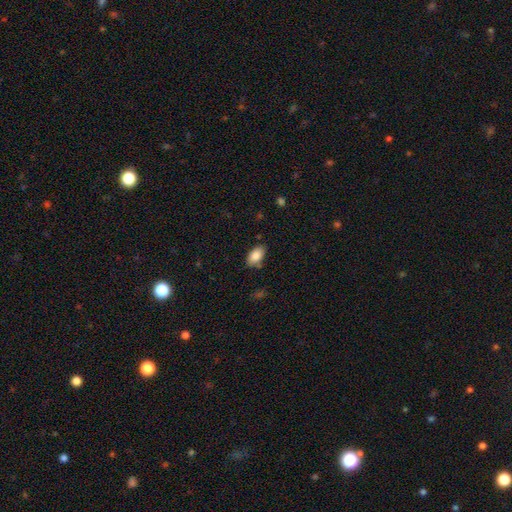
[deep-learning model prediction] This appears to be a smooth galaxy with no disk features (86%) that is in between round and cigar-shaped (93%). Merging: none (80%).